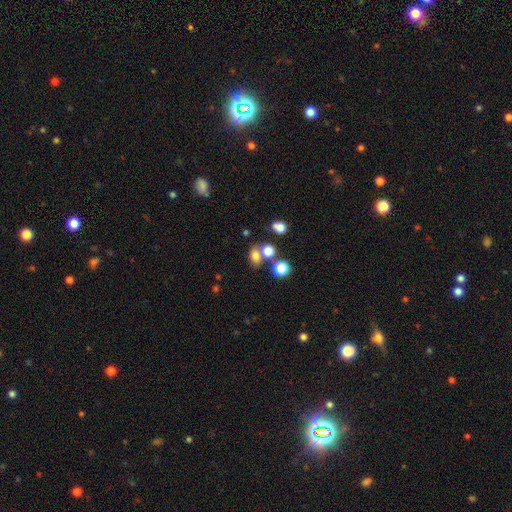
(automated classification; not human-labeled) Smooth or featured? Predicted: smooth (p=0.73). How rounded? Predicted: in between (p=0.67). Merging? Predicted: none (p=0.53).